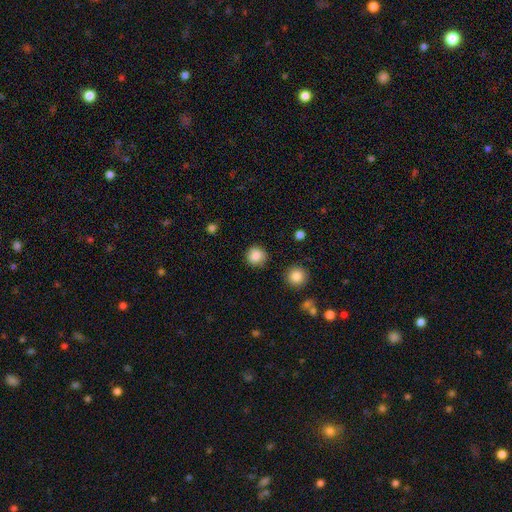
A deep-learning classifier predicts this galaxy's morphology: This is clearly a smooth galaxy (86%). How rounded: clearly round (92%). Merging: clearly none (87%).